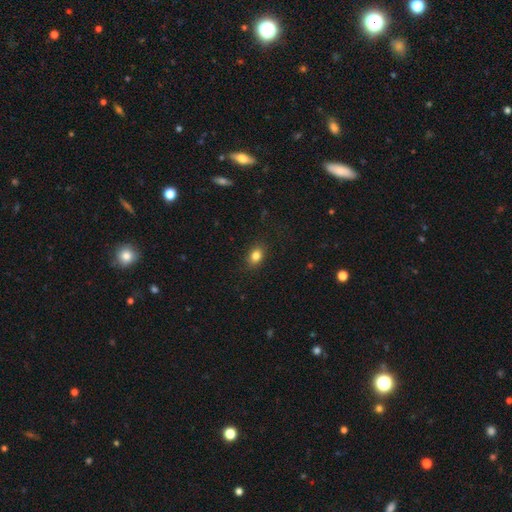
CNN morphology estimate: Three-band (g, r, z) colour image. It shows a smooth galaxy with no disk features (83%) that is in between round and cigar-shaped (72%). Merging: none (87%).